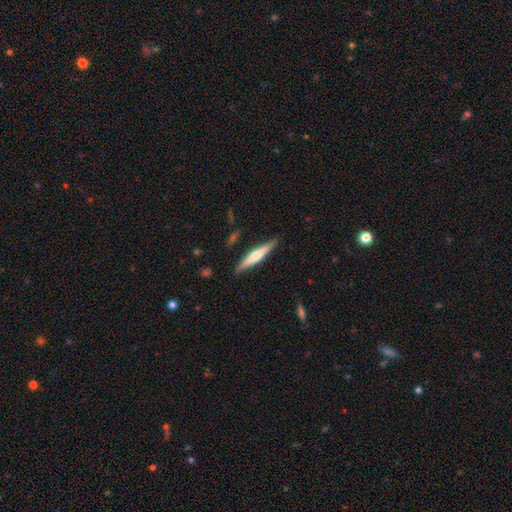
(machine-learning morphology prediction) Q: Smooth or featured?
A: featured or disk (56%); runner-up: smooth (38%)
Q: Edge-on disk?
A: yes (97%); runner-up: no (3%)
Q: Edge-on bulge?
A: rounded (77%); runner-up: none (13%)
Q: Merging?
A: none (88%); runner-up: minor disturbance (8%)